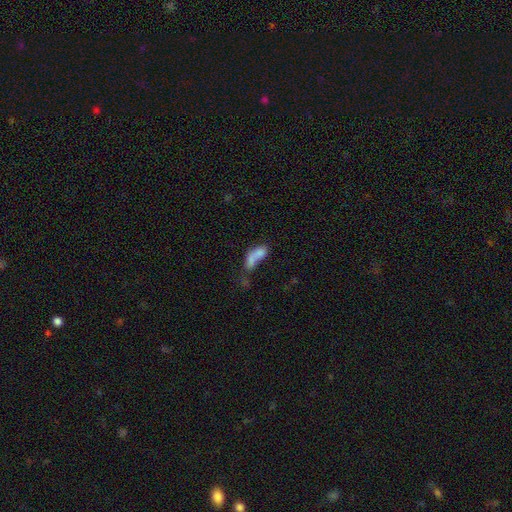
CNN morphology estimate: Q: Smooth or featured?
A: smooth (68%); runner-up: featured or disk (21%)
Q: How rounded?
A: in between (77%); runner-up: cigar-shaped (14%)
Q: Merging?
A: merger (60%); runner-up: none (16%)